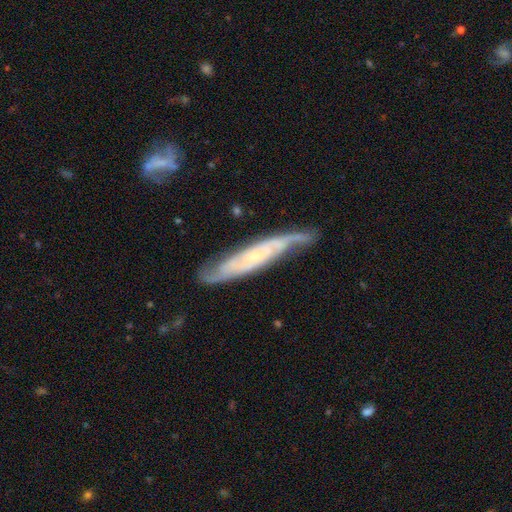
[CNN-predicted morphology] featured or disk 81%, smooth 14%, star or artifact 6%. Down the decision tree: edge-on disk — no (65%); bar — no (58%); spiral arms — yes (94%); bulge size — small (75%); merging — none (71%).